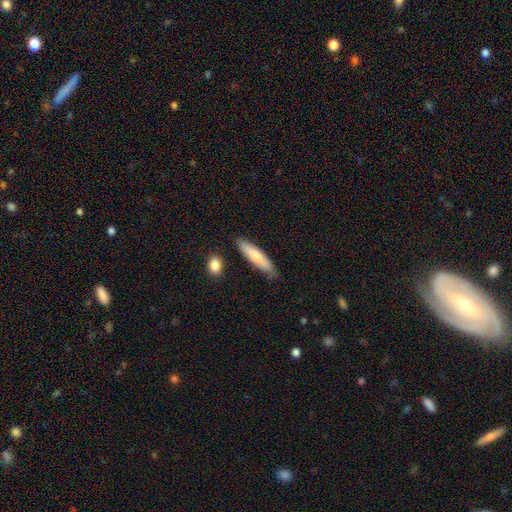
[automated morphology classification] smooth_or_featured: smooth (p=0.74) [alt: featured or disk p=0.20]
how_rounded: cigar-shaped (p=0.80) [alt: in between p=0.18]
merging: none (p=0.81) [alt: minor disturbance p=0.14]